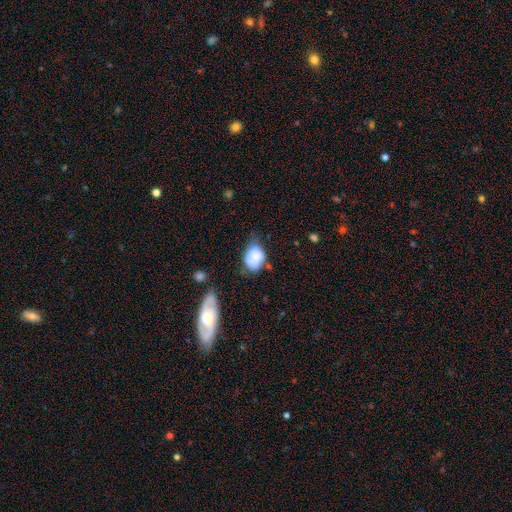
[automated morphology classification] smooth 63%, featured or disk 29%, star or artifact 9%. Down the decision tree: how rounded — in between (73%); merging — none (30%).